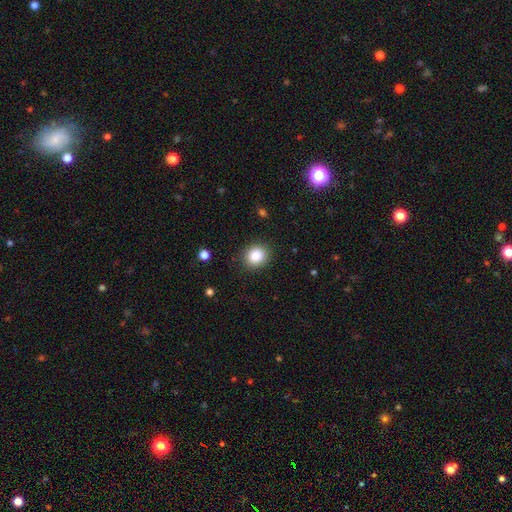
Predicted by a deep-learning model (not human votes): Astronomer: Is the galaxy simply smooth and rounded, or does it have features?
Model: smooth — 86%.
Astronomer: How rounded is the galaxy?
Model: round — 75%.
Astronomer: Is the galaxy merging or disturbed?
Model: none — 88%.